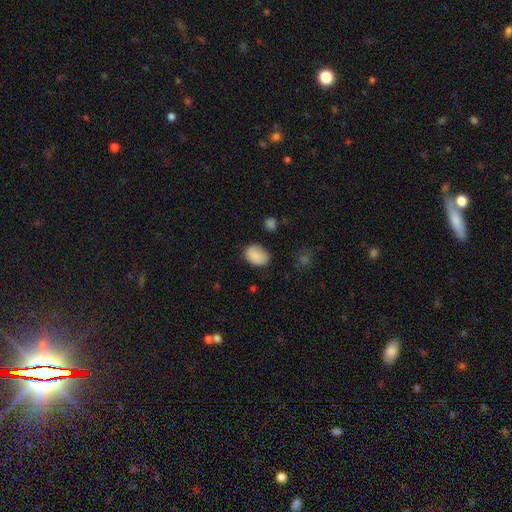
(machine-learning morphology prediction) A smooth galaxy with no disk features (86%) that is in between round and cigar-shaped (70%).

Vote fractions:
- Smooth or featured? smooth: 86% / star or artifact: 8% / featured or disk: 6%
- How rounded? in between: 70% / round: 29% / cigar-shaped: 1%
- Merging? none: 71% / minor disturbance: 22% / major disturbance: 5% / merger: 2%